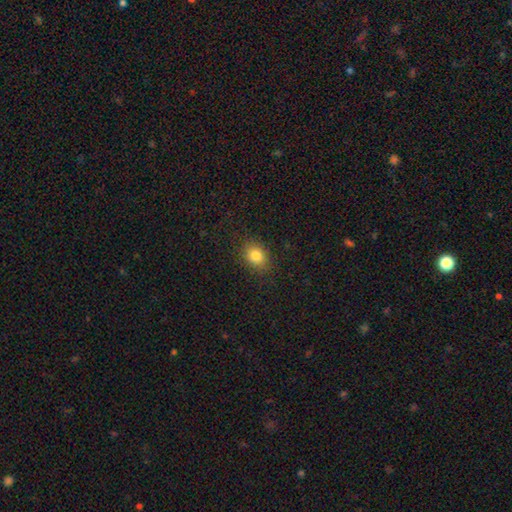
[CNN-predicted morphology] smooth 82%, star or artifact 11%, featured or disk 7%. Down the decision tree: how rounded — in between (57%); merging — none (87%).